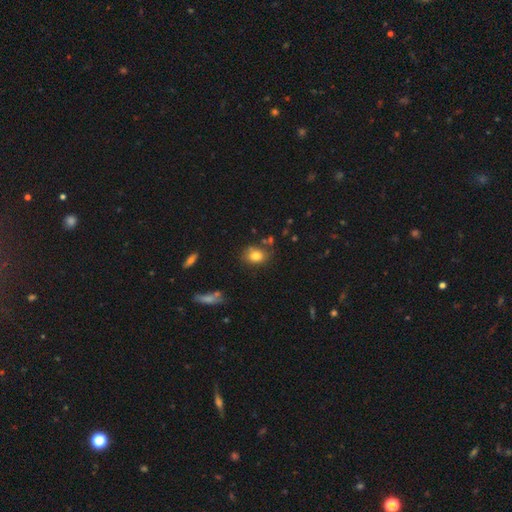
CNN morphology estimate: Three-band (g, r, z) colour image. It shows a smooth galaxy with no disk features (80%) that is in between round and cigar-shaped (65%). Merging: none (72%).